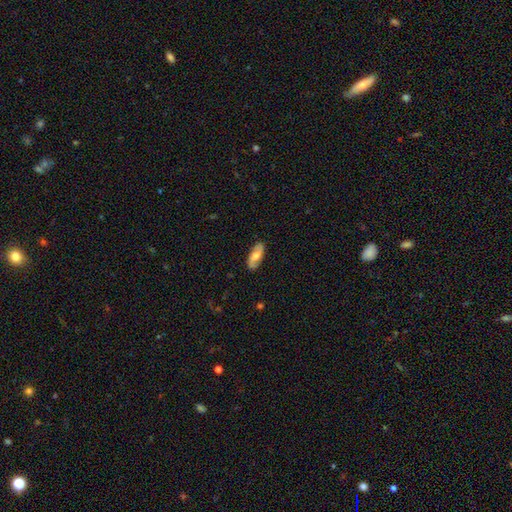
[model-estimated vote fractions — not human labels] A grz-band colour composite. It shows a featured or disk galaxy (51%). Merging: none (85%).